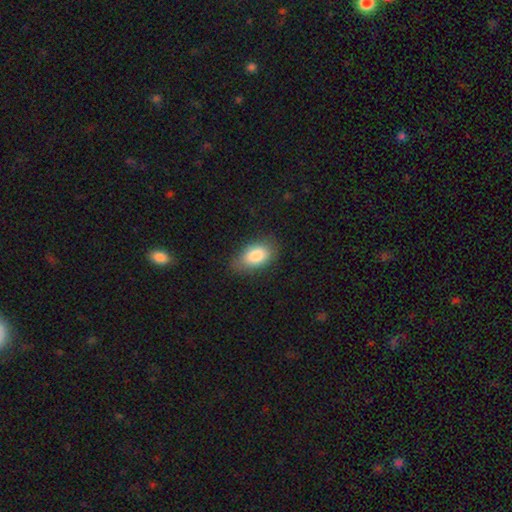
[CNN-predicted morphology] Smooth or featured? Predicted: smooth (p=0.84). How rounded? Predicted: in between (p=0.91). Merging? Predicted: none (p=0.76).